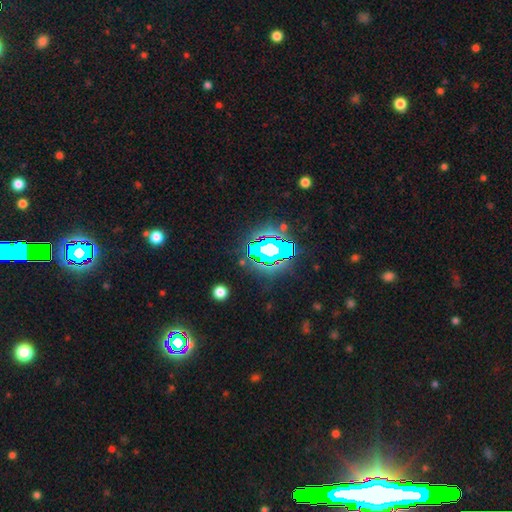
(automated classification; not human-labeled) Smooth or featured? Predicted: star or artifact (p=0.81).